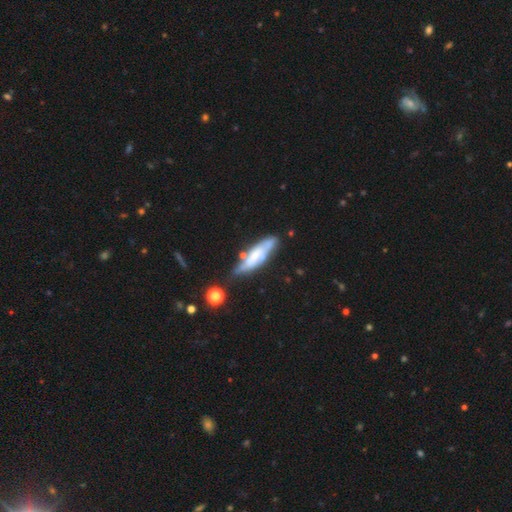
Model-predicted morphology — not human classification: The model was most divided on "edge-on disk": no: 52%, yes: 48%. More confident: merging — none (58%); smooth or featured — featured or disk (53%).